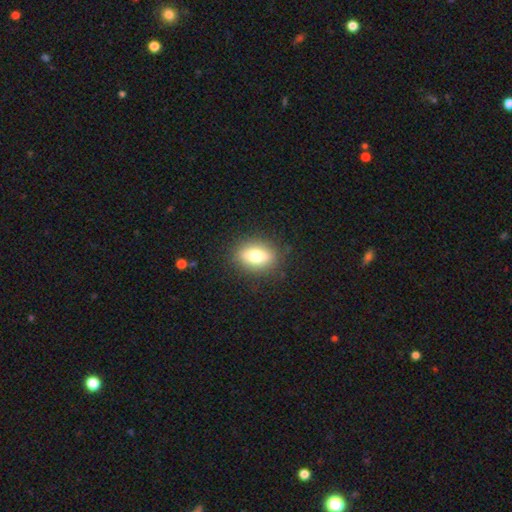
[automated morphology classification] Overall: smooth (73%). How rounded: in between (74%). Merging: none (86%).